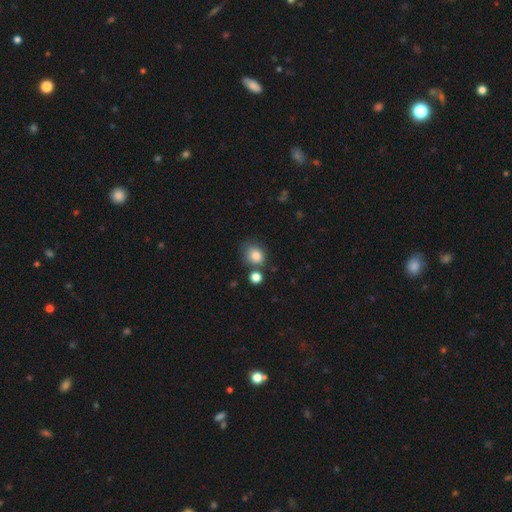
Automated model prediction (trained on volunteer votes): Q: Smooth or featured?
A: smooth (83%); runner-up: star or artifact (10%)
Q: How rounded?
A: round (65%); runner-up: in between (34%)
Q: Merging?
A: none (60%); runner-up: minor disturbance (19%)